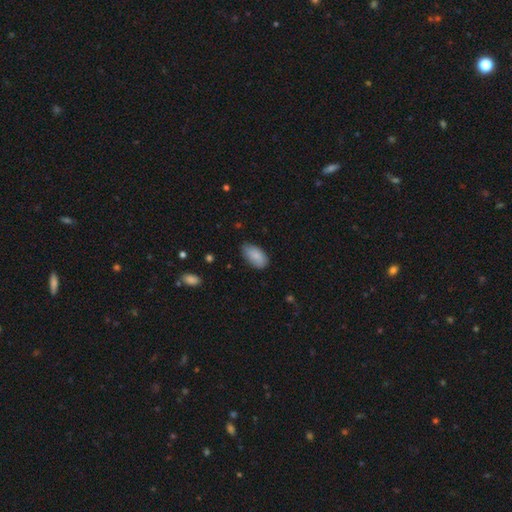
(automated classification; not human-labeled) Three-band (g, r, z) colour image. It shows a smooth galaxy with no disk features (86%) that is in between round and cigar-shaped (94%). Merging: none (73%).